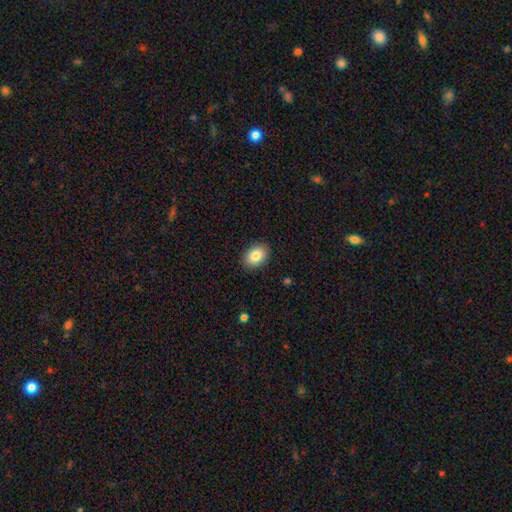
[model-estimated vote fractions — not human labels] Overall: smooth (84%). How rounded: in between (78%). Merging: none (89%).